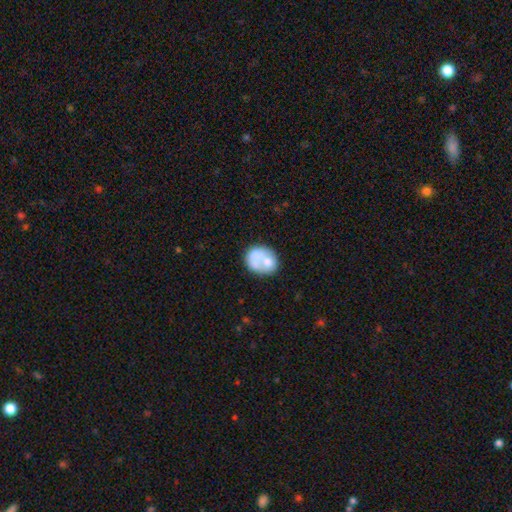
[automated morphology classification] Smooth or featured?
  - smooth: 59% *
  - featured or disk: 33%
  - star or artifact: 8%
How rounded?
  - round: 61% *
  - in between: 38%
  - cigar-shaped: 1%
Merging?
  - none: 41% *
  - merger: 27%
  - minor disturbance: 19%
  - major disturbance: 12%